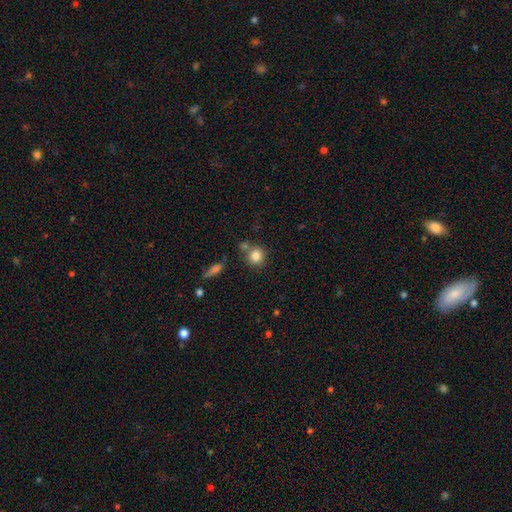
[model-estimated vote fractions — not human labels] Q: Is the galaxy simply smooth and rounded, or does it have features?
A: smooth — 83%.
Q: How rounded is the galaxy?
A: round — 86%.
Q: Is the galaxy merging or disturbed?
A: none — 66%.